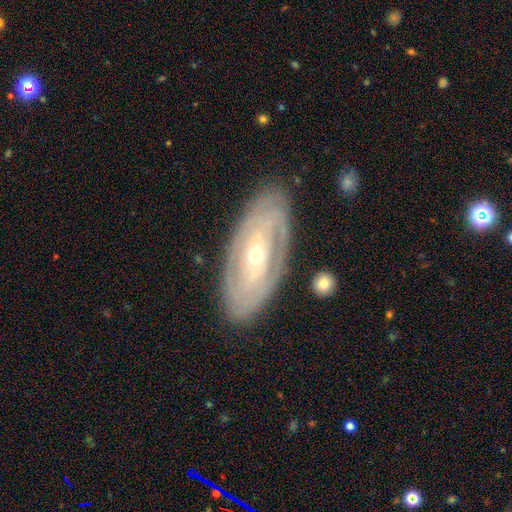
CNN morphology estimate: type=featured or disk (81%); edge-on=no (90%); bar=no (58%); spiral arms=yes (80%); winding=tight (76%); arm count=can't tell (44%); bulge=small (57%); merging=none (83%).